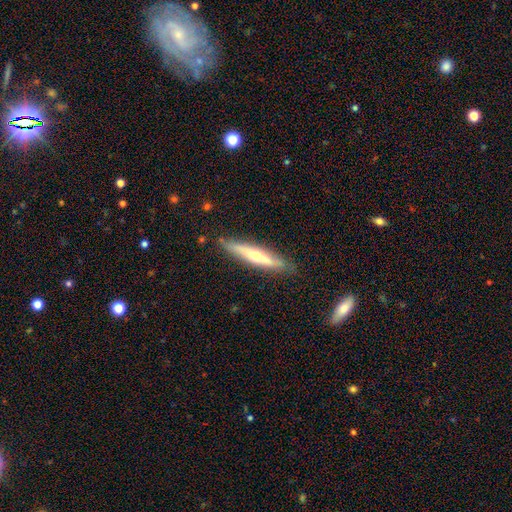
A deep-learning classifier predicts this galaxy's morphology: Smooth or featured: featured or disk — 59% (smooth — 34%)
Edge-on disk: yes — 92% (no — 8%)
Edge-on bulge: rounded — 83% (none — 14%)
Merging: none — 86% (minor disturbance — 10%)